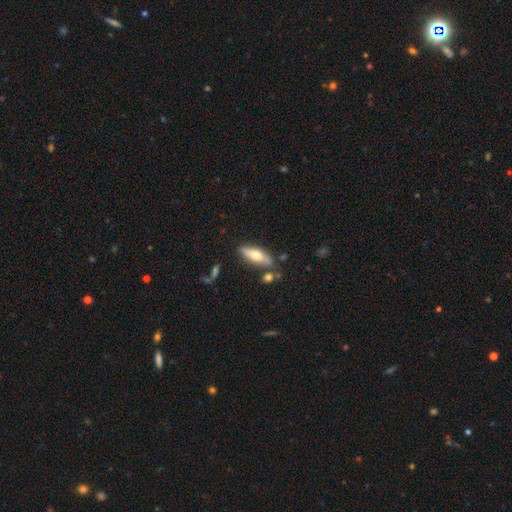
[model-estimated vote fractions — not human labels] The model was most divided on "how rounded": cigar-shaped: 51%, in between: 46%, round: 2%. More confident: merging — none (78%); smooth or featured — smooth (54%).